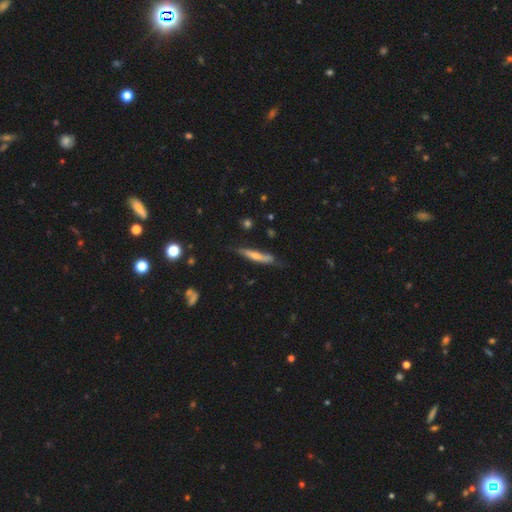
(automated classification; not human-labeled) Morphology: type=featured or disk (55%); edge-on=yes (89%); merging=none (72%).